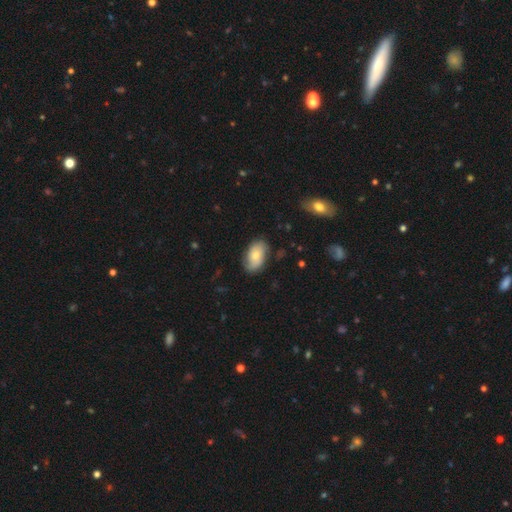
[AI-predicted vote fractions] smooth 61%, featured or disk 32%, star or artifact 7%. Down the decision tree: how rounded — in between (92%); merging — none (73%).